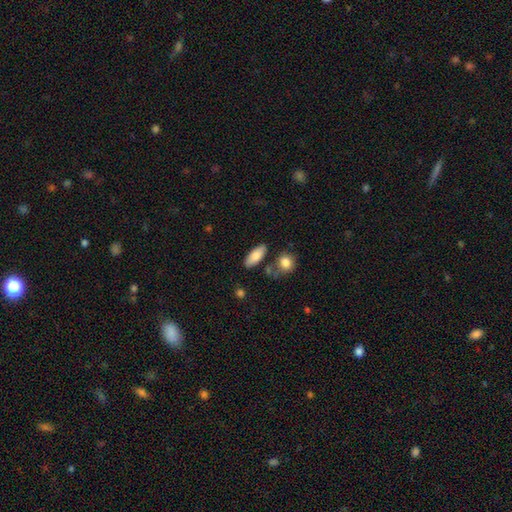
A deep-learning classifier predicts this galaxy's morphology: type=smooth (81%); roundness=in between (81%); merging=none (76%).